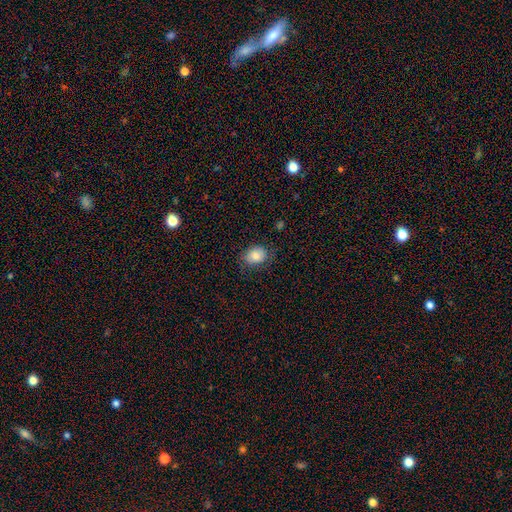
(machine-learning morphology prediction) The model was most divided on "how rounded": in between: 56%, round: 43%, cigar-shaped: 1%. More confident: smooth or featured — smooth (82%); merging — none (76%).